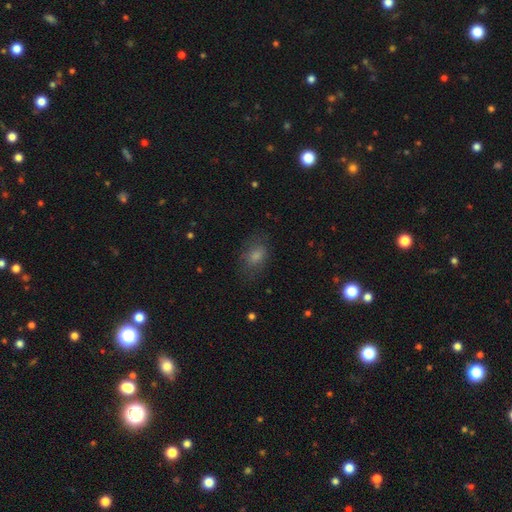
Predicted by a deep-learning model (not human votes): This is likely a smooth galaxy (73%). How rounded: clearly in between (82%). Merging: likely none (70%).